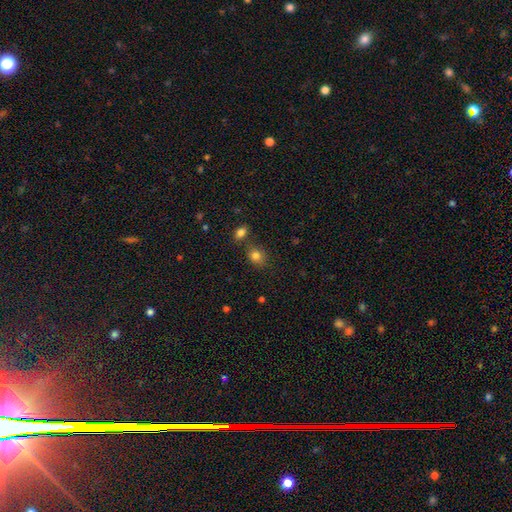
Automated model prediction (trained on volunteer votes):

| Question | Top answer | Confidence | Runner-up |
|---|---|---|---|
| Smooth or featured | smooth | 81% | star or artifact (12%) |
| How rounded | round | 57% | in between (42%) |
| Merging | none | 72% | merger (13%) |